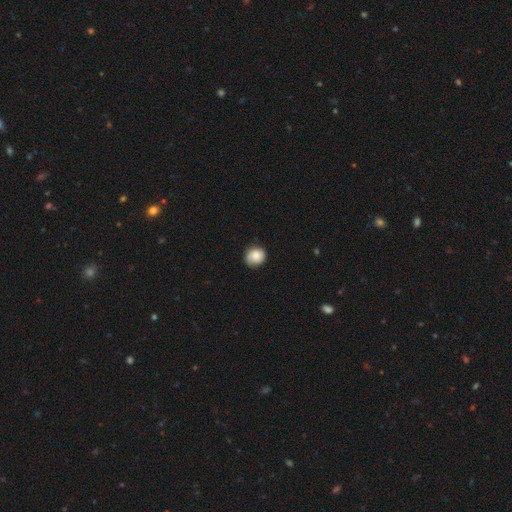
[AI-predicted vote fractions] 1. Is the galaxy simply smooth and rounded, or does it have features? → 82% smooth, 11% featured or disk, 8% star or artifact.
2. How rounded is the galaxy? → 79% round, 20% in between, 1% cigar-shaped.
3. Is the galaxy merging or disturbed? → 80% none, 17% minor disturbance, 3% major disturbance, 1% merger.